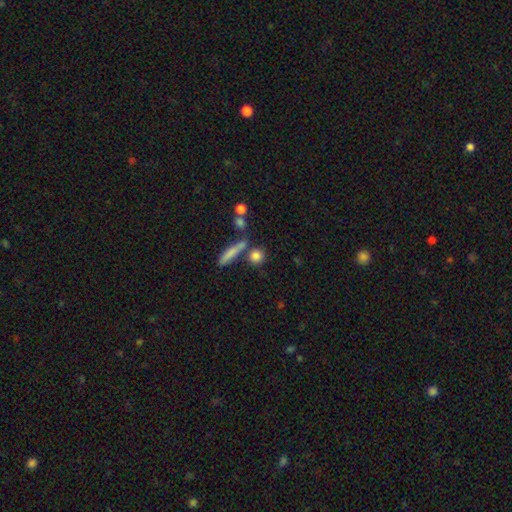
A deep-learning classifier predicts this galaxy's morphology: smooth-or-featured: smooth: 80% | star or artifact: 10% | featured or disk: 10%
  how-rounded: round: 75% | in between: 14% | cigar-shaped: 11%
  merging: none: 70% | merger: 15% | minor disturbance: 10% | major disturbance: 4%